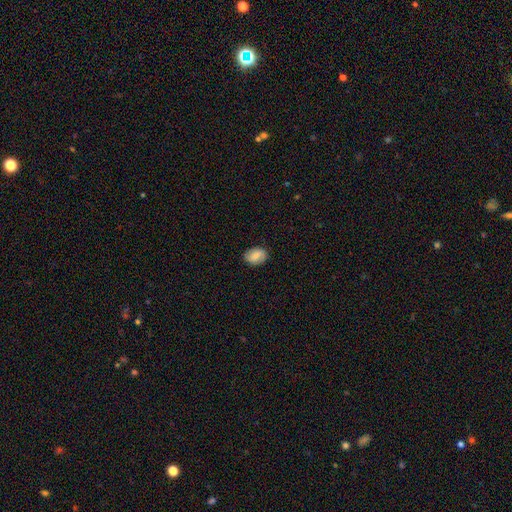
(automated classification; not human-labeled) smooth-or-featured: smooth: 70% | featured or disk: 22% | star or artifact: 8%
  how-rounded: in between: 77% | round: 22% | cigar-shaped: 1%
  merging: none: 85% | minor disturbance: 12% | major disturbance: 3% | merger: 1%